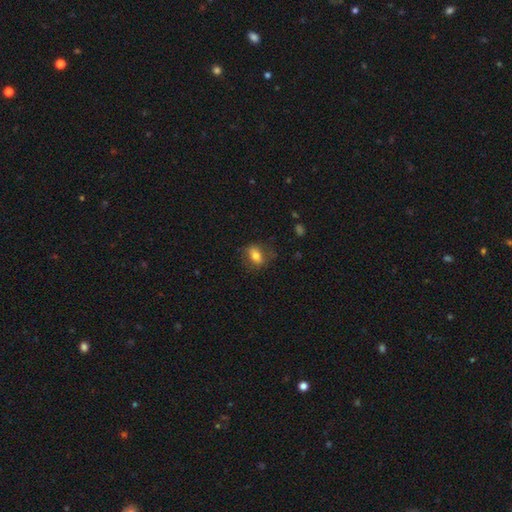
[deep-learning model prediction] Smooth or featured? smooth (68%)
How rounded? in between (72%)
Merging? none (74%)